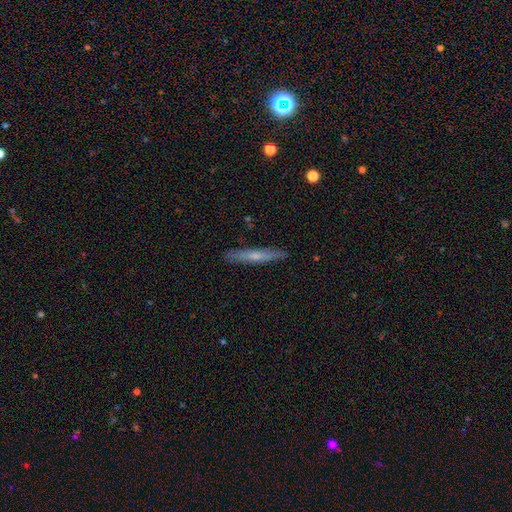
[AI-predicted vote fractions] A smooth galaxy with no disk features (48%).

Vote fractions:
- Smooth or featured? smooth: 48% / featured or disk: 45% / star or artifact: 6%
- Merging? none: 89% / minor disturbance: 8% / major disturbance: 2% / merger: 1%